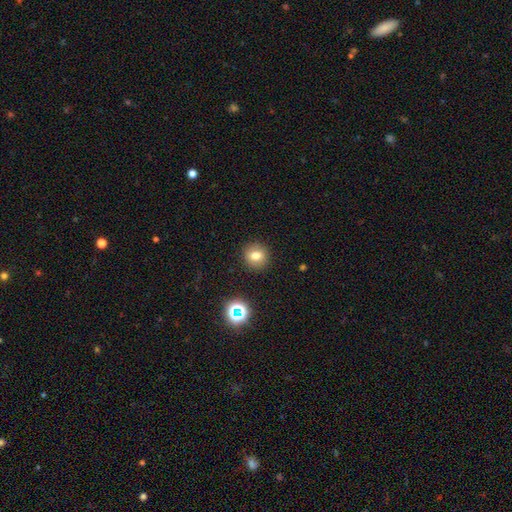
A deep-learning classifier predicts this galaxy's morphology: A smooth galaxy with no disk features (76%) that is round (87%).

Vote fractions:
- Smooth or featured? smooth: 76% / star or artifact: 14% / featured or disk: 10%
- How rounded? round: 87% / in between: 12% / cigar-shaped: 1%
- Merging? none: 90% / minor disturbance: 6% / major disturbance: 2% / merger: 2%